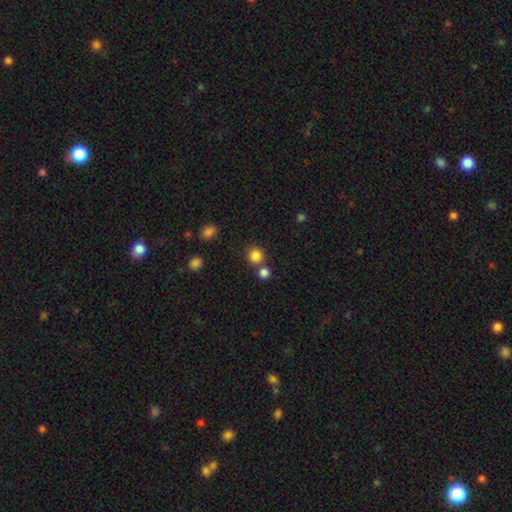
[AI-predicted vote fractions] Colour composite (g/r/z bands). It shows a smooth galaxy with no disk features (83%) that is round (90%). Merging: none (68%).